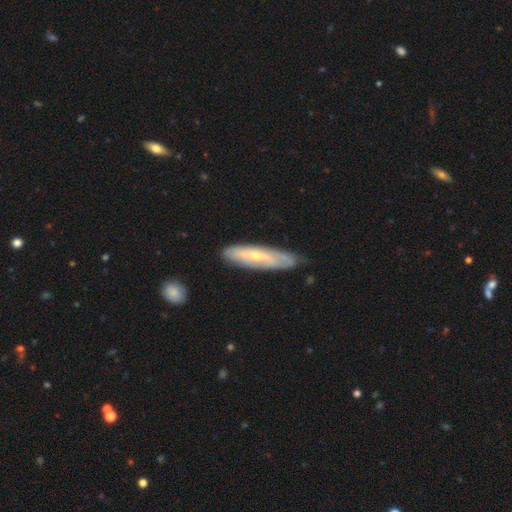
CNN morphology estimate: Smooth or featured: featured or disk — 59% (smooth — 35%)
Edge-on disk: no — 57% (yes — 43%)
Merging: none — 73% (minor disturbance — 21%)